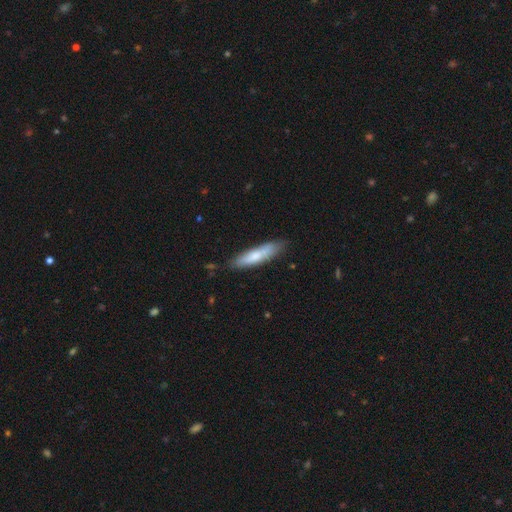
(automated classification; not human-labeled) Morphology: type=smooth (71%); roundness=cigar-shaped (76%); merging=none (75%).